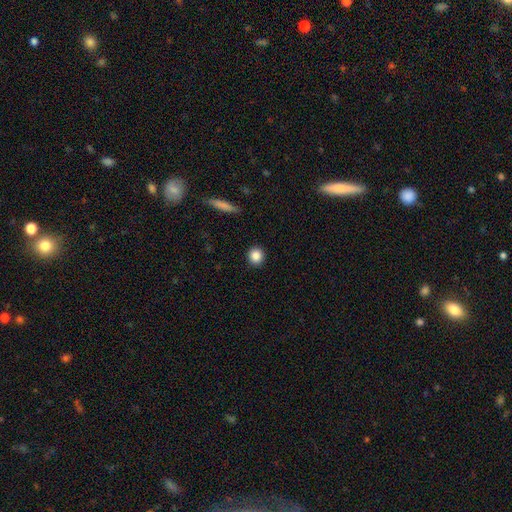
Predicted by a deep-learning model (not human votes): Morphology: type=smooth (85%); roundness=round (88%); merging=none (92%).